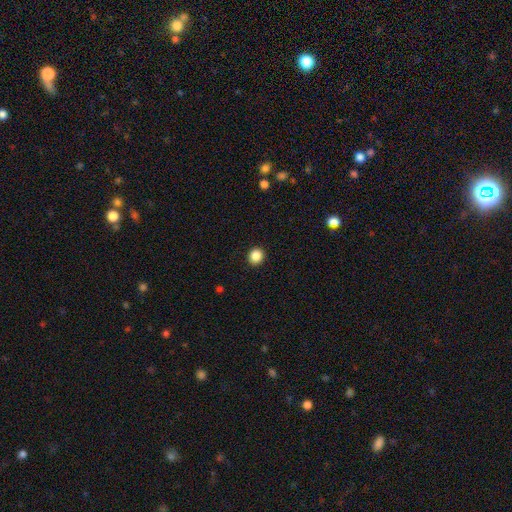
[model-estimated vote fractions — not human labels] The model was most divided on "how rounded": round: 86%, in between: 13%, cigar-shaped: 1%. More confident: merging — none (92%); smooth or featured — smooth (87%).